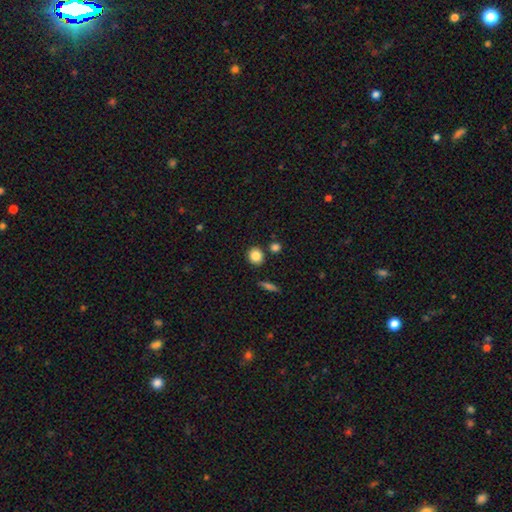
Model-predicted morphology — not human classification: The model was most divided on "how rounded": round: 84%, in between: 14%, cigar-shaped: 1%. More confident: smooth or featured — smooth (85%); merging — none (84%).